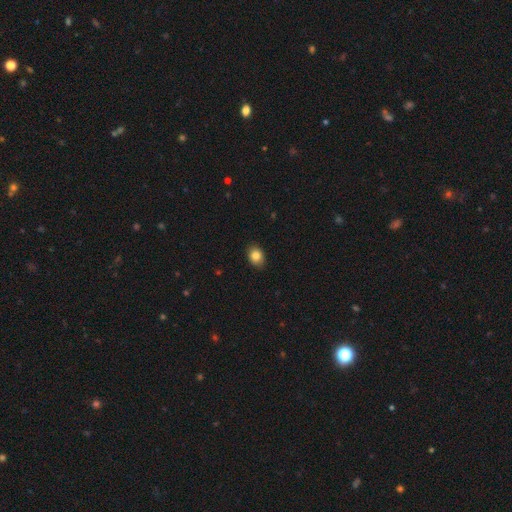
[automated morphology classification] Smooth or featured? smooth (85%)
How rounded? in between (62%)
Merging? none (88%)